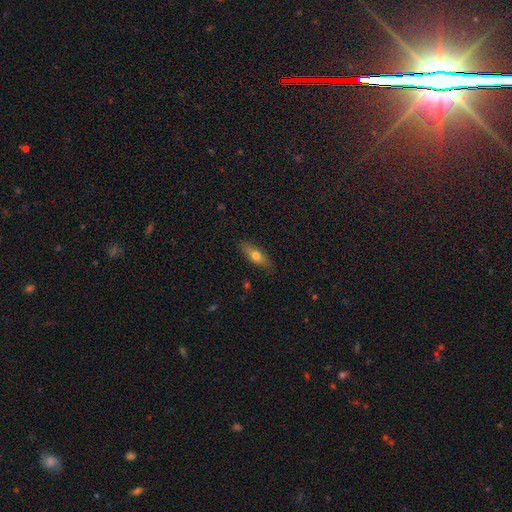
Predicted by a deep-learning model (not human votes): The model was most divided on "how rounded": in between: 54%, cigar-shaped: 43%, round: 3%. More confident: merging — none (85%); smooth or featured — smooth (64%).